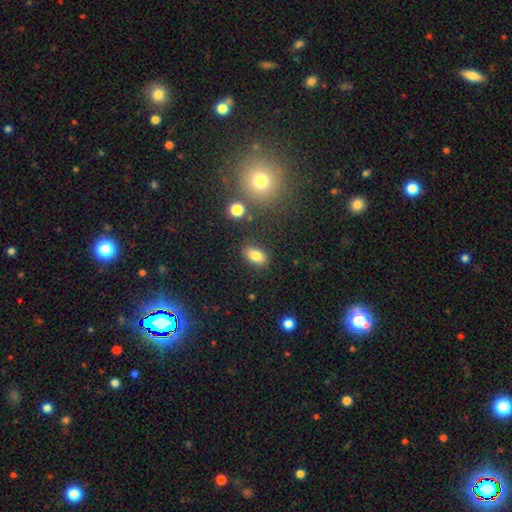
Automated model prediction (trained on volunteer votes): Smooth or featured? Predicted: smooth (p=0.81). How rounded? Predicted: in between (p=0.88). Merging? Predicted: none (p=0.83).